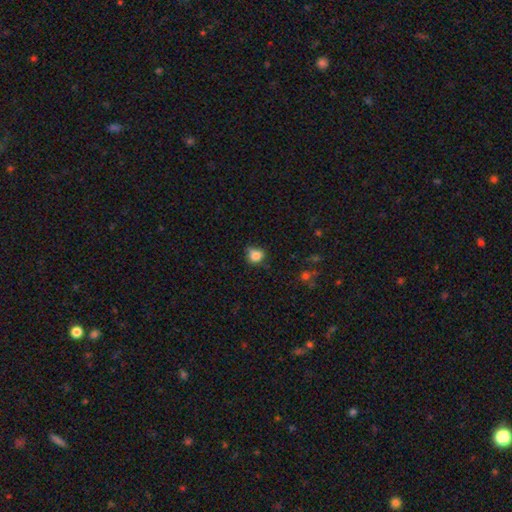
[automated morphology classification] type=smooth (82%); roundness=round (73%); merging=none (55%).